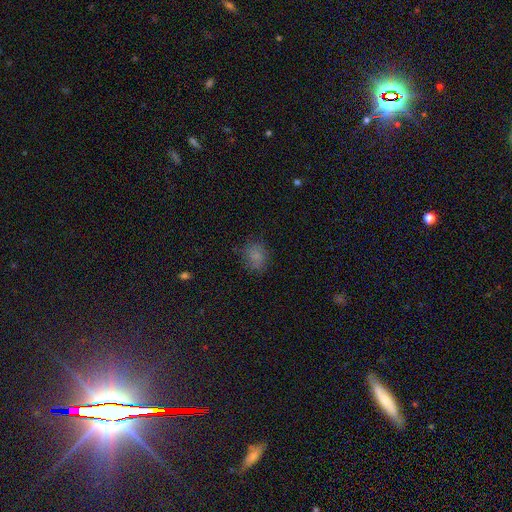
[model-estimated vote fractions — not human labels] Overall: smooth (78%). How rounded: round (59%; in between 40%). Merging: none (76%).